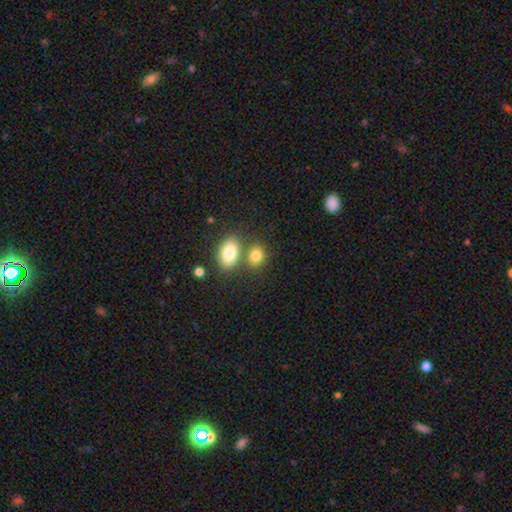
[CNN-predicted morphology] smooth_or_featured: smooth (p=0.81) [alt: star or artifact p=0.10]
how_rounded: in between (p=0.63) [alt: round p=0.36]
merging: none (p=0.51) [alt: merger p=0.36]